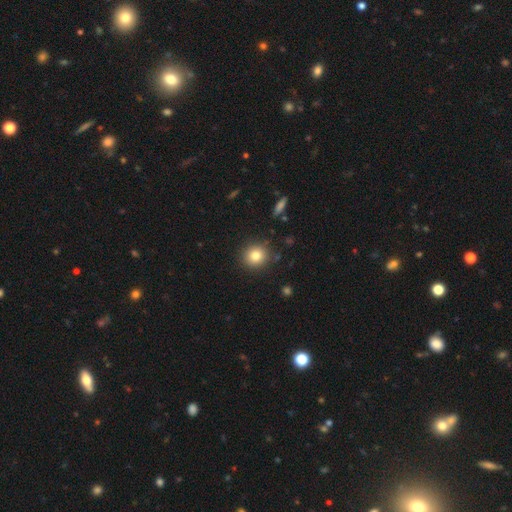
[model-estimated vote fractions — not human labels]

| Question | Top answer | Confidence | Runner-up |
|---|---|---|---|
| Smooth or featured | smooth | 80% | star or artifact (11%) |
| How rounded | round | 88% | in between (11%) |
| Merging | none | 89% | minor disturbance (7%) |